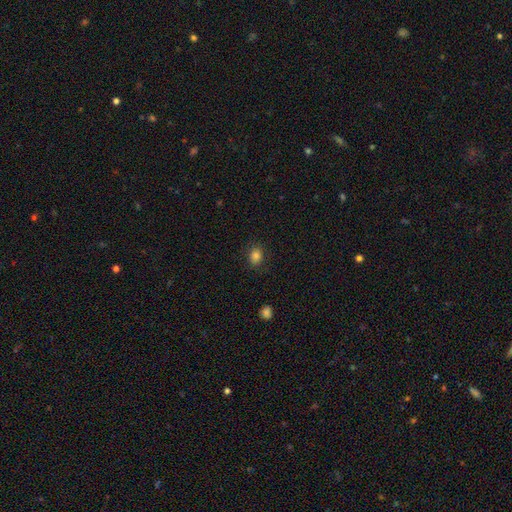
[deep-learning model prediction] smooth_or_featured: smooth (p=0.83) [alt: star or artifact p=0.11]
how_rounded: in between (p=0.51) [alt: round p=0.48]
merging: none (p=0.85) [alt: minor disturbance p=0.11]